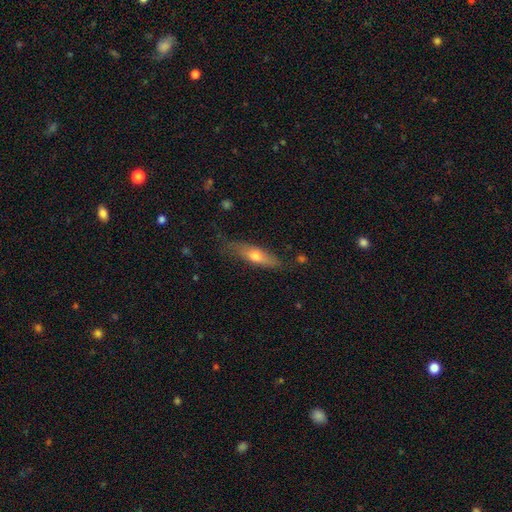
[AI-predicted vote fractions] smooth_or_featured: smooth (p=0.58) [alt: featured or disk p=0.36]
how_rounded: cigar-shaped (p=0.56) [alt: in between p=0.41]
merging: none (p=0.69) [alt: minor disturbance p=0.23]